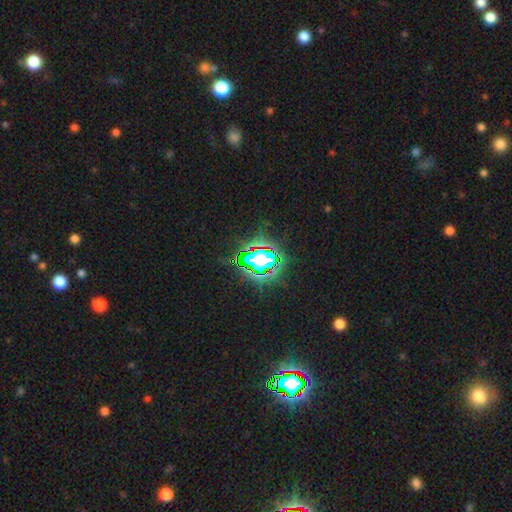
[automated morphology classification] This is clearly a star or artifact rather than a galaxy (81%).